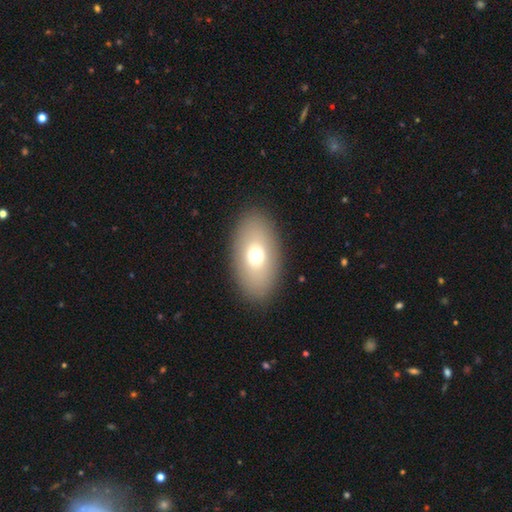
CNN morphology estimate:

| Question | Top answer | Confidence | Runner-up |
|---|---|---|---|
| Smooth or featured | smooth | 69% | featured or disk (22%) |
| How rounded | in between | 90% | round (8%) |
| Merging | none | 88% | minor disturbance (8%) |